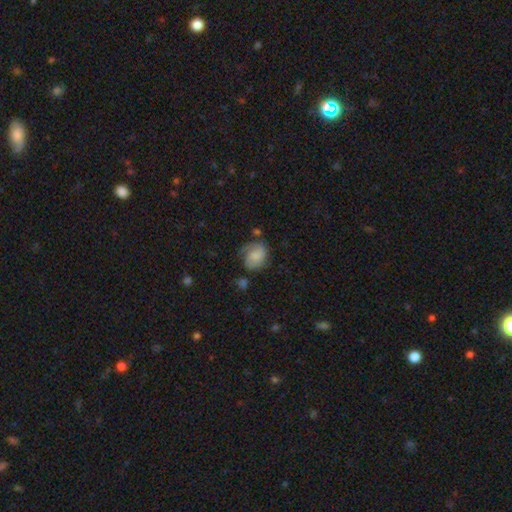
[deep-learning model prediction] smooth_or_featured: featured or disk (p=0.47) [alt: smooth p=0.45]
merging: none (p=0.51) [alt: minor disturbance p=0.27]